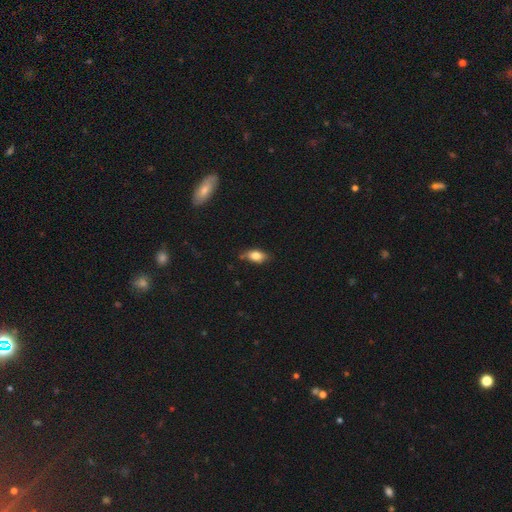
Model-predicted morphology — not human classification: Q: Smooth or featured?
A: smooth (77%); runner-up: featured or disk (14%)
Q: How rounded?
A: in between (84%); runner-up: round (8%)
Q: Merging?
A: none (69%); runner-up: minor disturbance (24%)